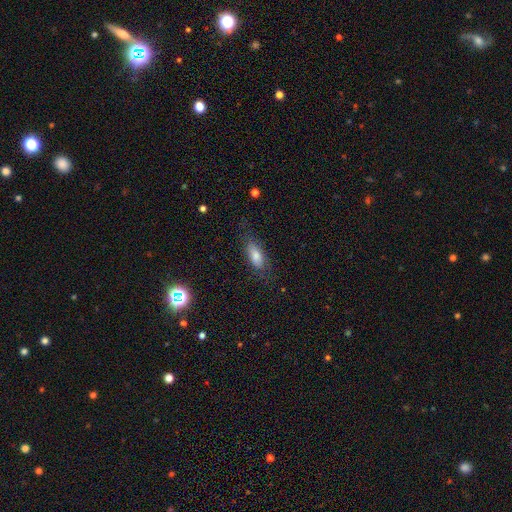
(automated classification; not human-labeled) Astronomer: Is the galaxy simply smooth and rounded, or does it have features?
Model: smooth — 71%.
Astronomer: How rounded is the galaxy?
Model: in between — 74%.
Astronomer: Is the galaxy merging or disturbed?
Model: none — 73%.